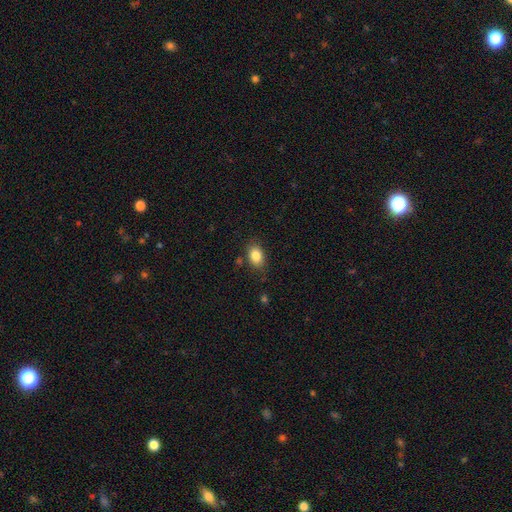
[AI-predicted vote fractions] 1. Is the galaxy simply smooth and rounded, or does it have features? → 84% smooth, 9% star or artifact, 7% featured or disk.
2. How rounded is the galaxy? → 78% in between, 21% round, 1% cigar-shaped.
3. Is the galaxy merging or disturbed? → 82% none, 13% minor disturbance, 3% major disturbance, 3% merger.